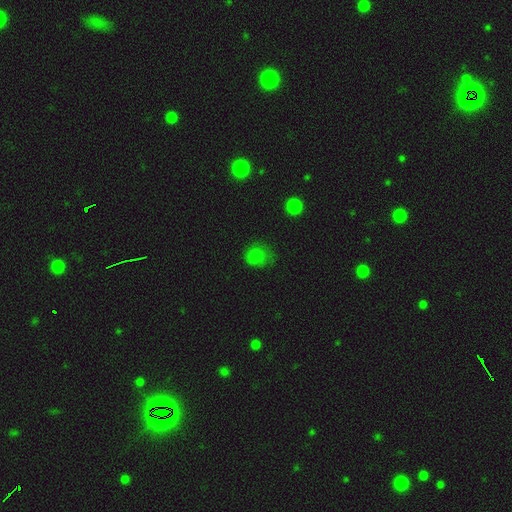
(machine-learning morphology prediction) Smooth or featured? smooth (76%)
How rounded? round (73%)
Merging? none (59%)